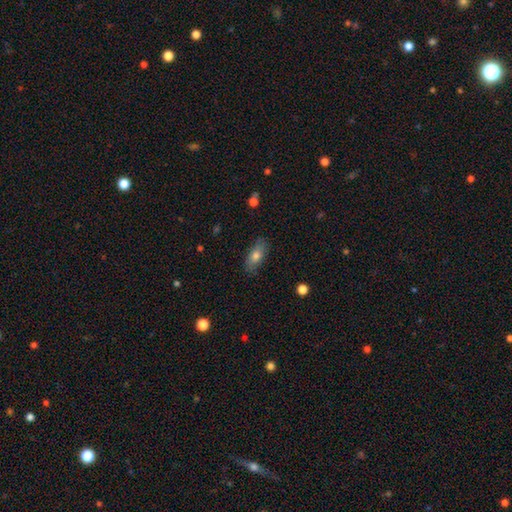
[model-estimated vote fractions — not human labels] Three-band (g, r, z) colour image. It shows a smooth galaxy with no disk features (72%) that is in between round and cigar-shaped (80%). Merging: none (82%).